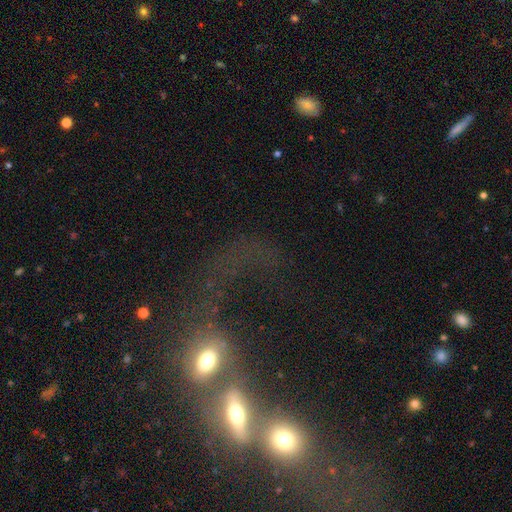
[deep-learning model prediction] This is marginally a smooth galaxy (43%). Merging: likely merger (61%).